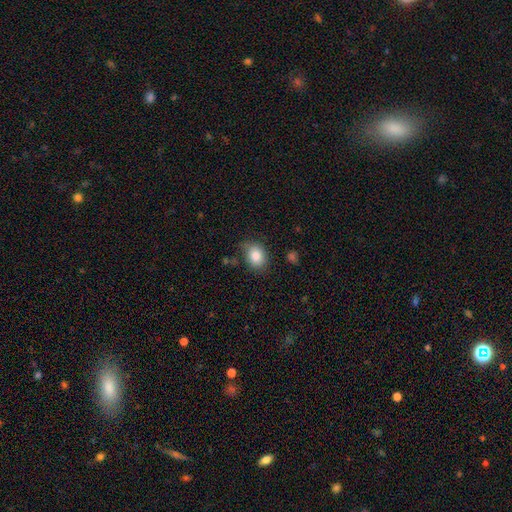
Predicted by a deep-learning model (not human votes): Smooth or featured? smooth (85%)
How rounded? in between (58%)
Merging? none (75%)